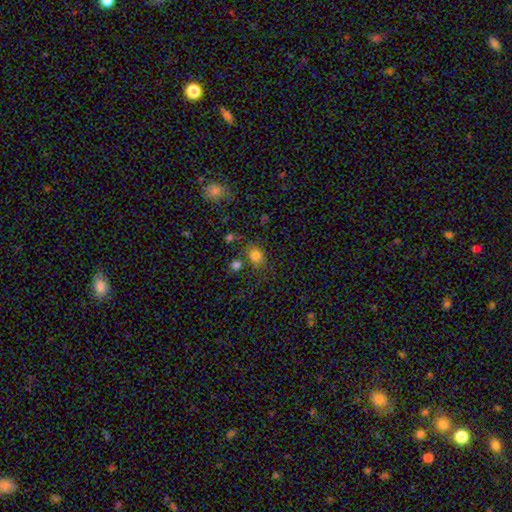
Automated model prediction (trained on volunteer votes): The model was most divided on "how rounded": round: 56%, in between: 42%, cigar-shaped: 1%. More confident: smooth or featured — smooth (77%); merging — none (63%).